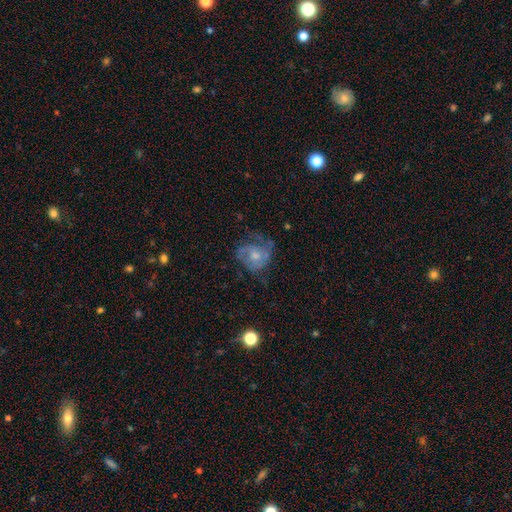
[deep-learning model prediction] This appears to be a featured or disk galaxy (63%) with no bar (76%), spiral arms (79%) and a moderate central bulge (47%). Merging: none (47%).